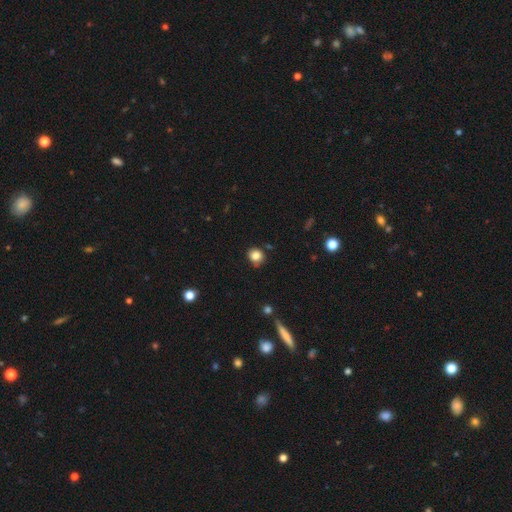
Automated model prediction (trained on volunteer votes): smooth_or_featured: smooth (p=0.83) [alt: star or artifact p=0.11]
how_rounded: round (p=0.83) [alt: in between p=0.16]
merging: none (p=0.79) [alt: minor disturbance p=0.15]